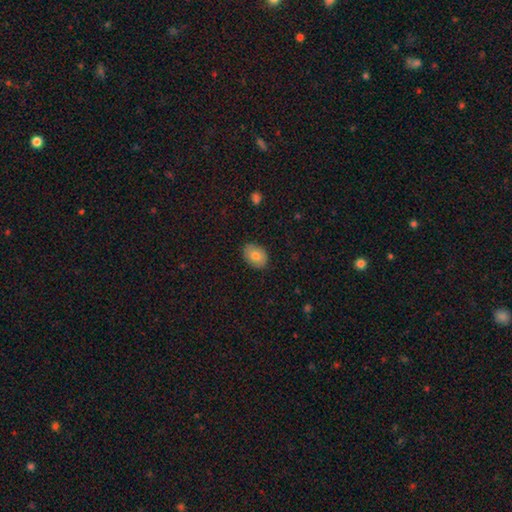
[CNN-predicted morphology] Q: Smooth or featured?
A: smooth (81%); runner-up: featured or disk (12%)
Q: How rounded?
A: in between (78%); runner-up: round (21%)
Q: Merging?
A: none (86%); runner-up: minor disturbance (11%)